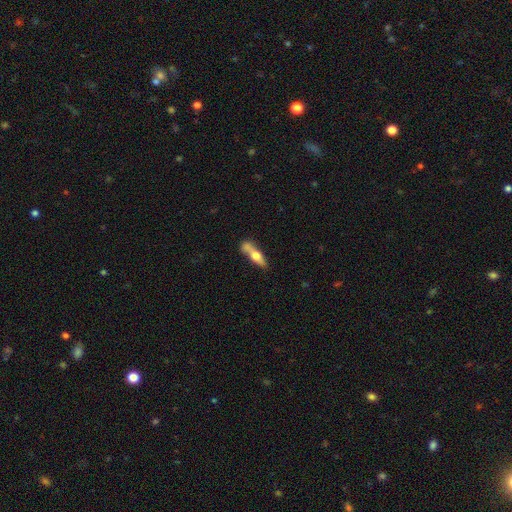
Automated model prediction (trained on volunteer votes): A smooth galaxy with no disk features (58%) that is cigar-shaped (59%). Merging: none (46%).